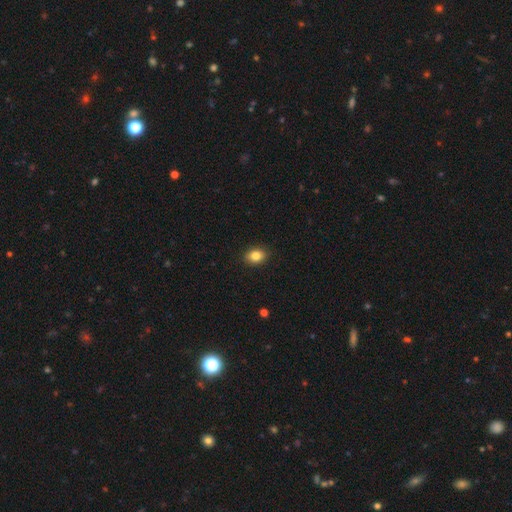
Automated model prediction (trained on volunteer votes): smooth-or-featured: smooth: 84% | star or artifact: 9% | featured or disk: 6%
  how-rounded: in between: 68% | round: 31% | cigar-shaped: 1%
  merging: none: 90% | minor disturbance: 7% | major disturbance: 2% | merger: 1%